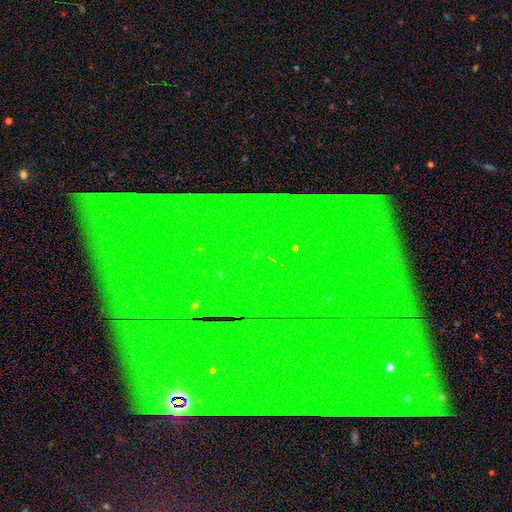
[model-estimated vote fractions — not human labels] This appears to be a star or artifact, not a galaxy (82%).